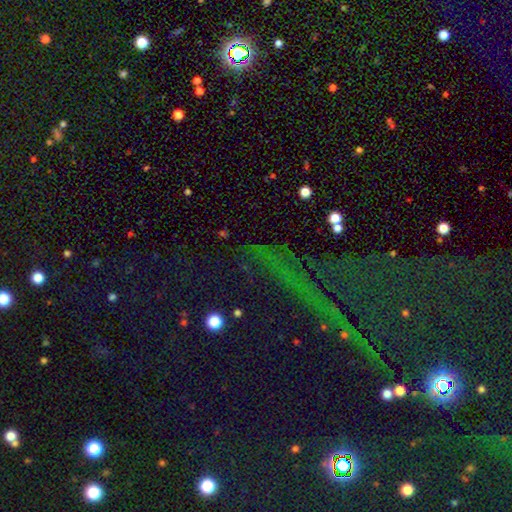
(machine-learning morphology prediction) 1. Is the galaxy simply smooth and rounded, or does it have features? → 73% star or artifact, 15% smooth, 12% featured or disk.